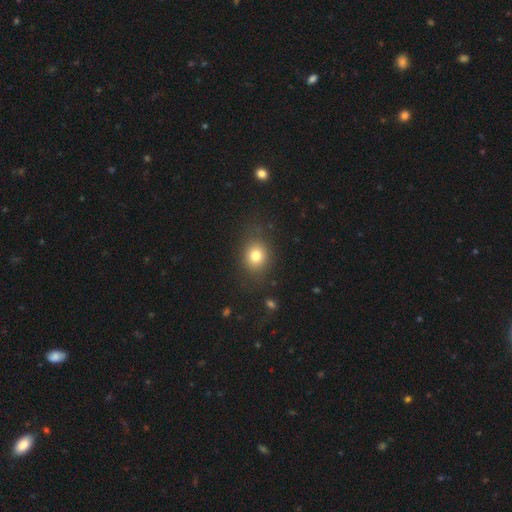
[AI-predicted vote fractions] Smooth or featured: smooth — 78% (star or artifact — 12%)
How rounded: round — 65% (in between — 34%)
Merging: none — 80% (minor disturbance — 13%)